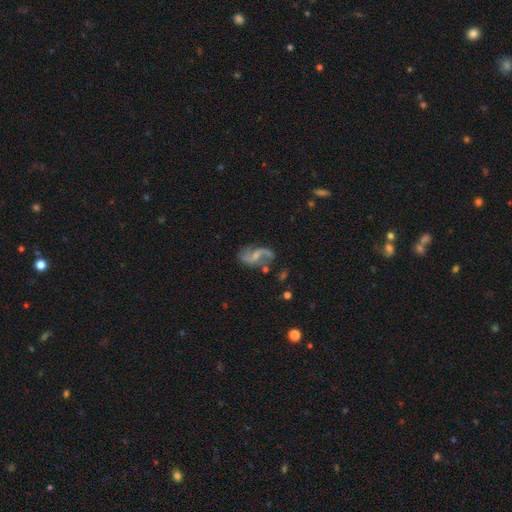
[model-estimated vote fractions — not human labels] Smooth or featured: featured or disk — 87% (smooth — 8%)
Edge-on disk: no — 98% (yes — 2%)
Bar: weak — 46% (no — 34%)
Spiral arms: yes — 95% (no — 5%)
Spiral winding: loose — 70% (medium — 24%)
Spiral arm count: 2 — 92% (1 — 3%)
Bulge size: small — 60% (moderate — 25%)
Merging: none — 66% (minor disturbance — 19%)